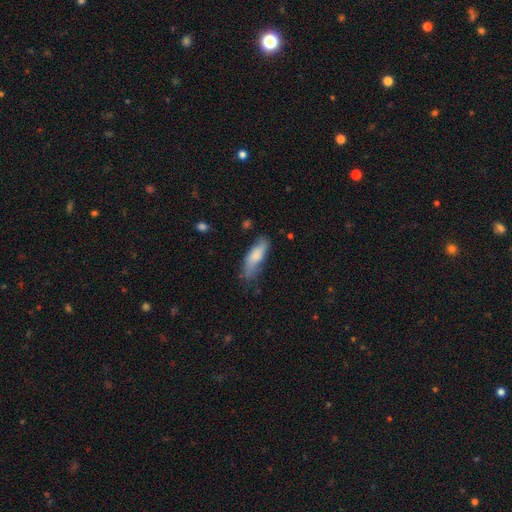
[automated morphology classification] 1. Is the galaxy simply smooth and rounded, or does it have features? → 73% smooth, 21% featured or disk, 6% star or artifact.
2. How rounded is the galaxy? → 57% in between, 41% cigar-shaped, 2% round.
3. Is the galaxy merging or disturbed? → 56% none, 31% minor disturbance, 9% major disturbance, 3% merger.